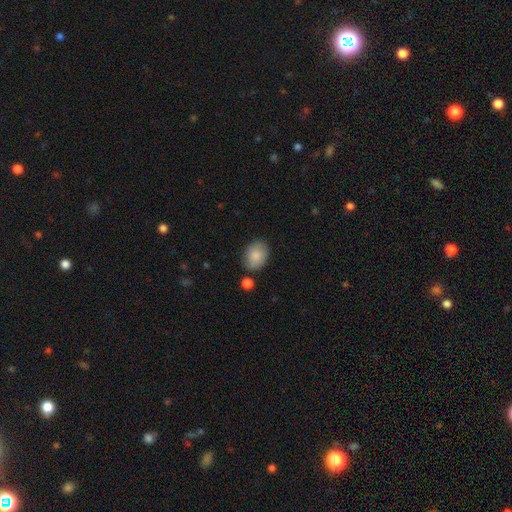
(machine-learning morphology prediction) Q: Smooth or featured?
A: smooth (86%); runner-up: star or artifact (7%)
Q: How rounded?
A: in between (67%); runner-up: round (32%)
Q: Merging?
A: none (79%); runner-up: minor disturbance (14%)